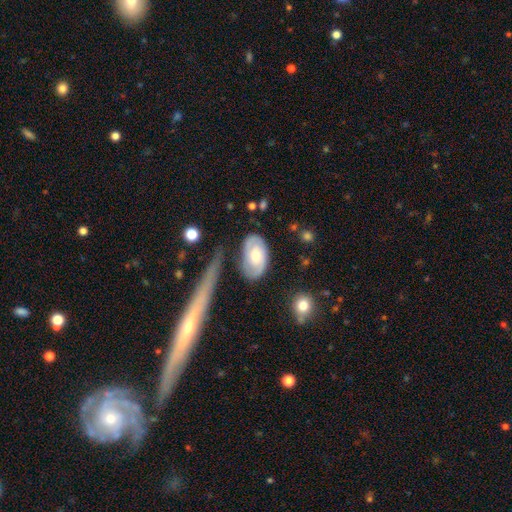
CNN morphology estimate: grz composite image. It shows a featured or disk galaxy (52%). Merging: none (65%).